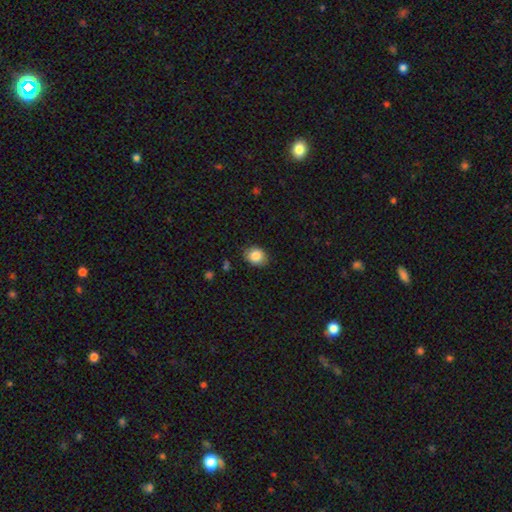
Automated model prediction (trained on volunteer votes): Smooth or featured?
  - smooth: 86% *
  - star or artifact: 8%
  - featured or disk: 6%
How rounded?
  - in between: 50% *
  - round: 49%
  - cigar-shaped: 1%
Merging?
  - none: 85% *
  - minor disturbance: 12%
  - major disturbance: 2%
  - merger: 1%